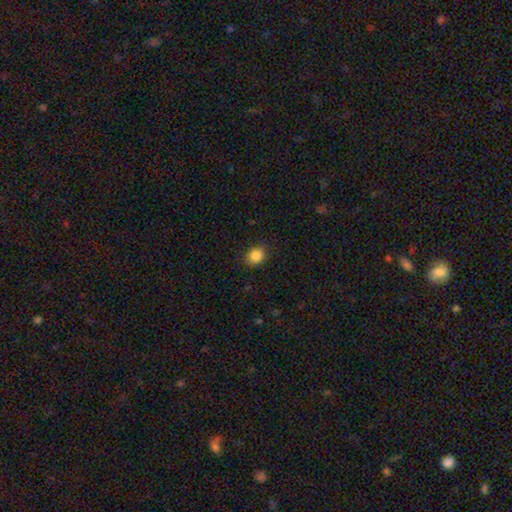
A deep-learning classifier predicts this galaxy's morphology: This is clearly a smooth galaxy (87%). How rounded: likely round (64%). Merging: clearly none (86%).